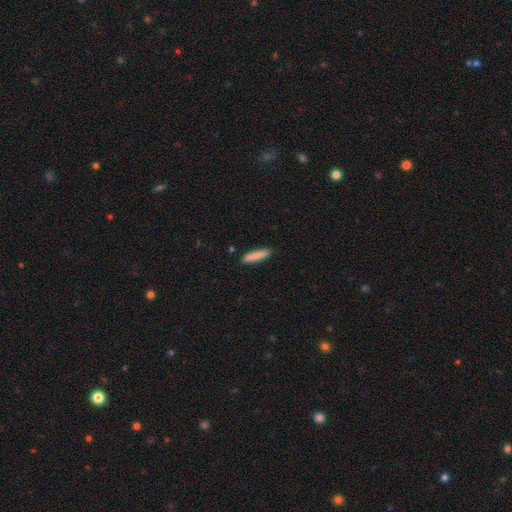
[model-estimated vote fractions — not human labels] A smooth galaxy with no disk features (86%) that is cigar-shaped (86%).

Vote fractions:
- Smooth or featured? smooth: 86% / featured or disk: 8% / star or artifact: 6%
- How rounded? cigar-shaped: 86% / in between: 12% / round: 1%
- Merging? none: 88% / minor disturbance: 9% / major disturbance: 2% / merger: 1%